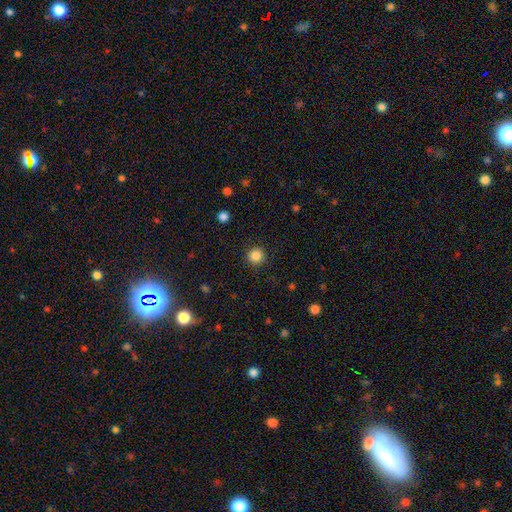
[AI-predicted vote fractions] Smooth or featured?
  - smooth: 86% *
  - star or artifact: 11%
  - featured or disk: 3%
How rounded?
  - round: 94% *
  - in between: 5%
  - cigar-shaped: 1%
Merging?
  - none: 91% *
  - minor disturbance: 6%
  - major disturbance: 2%
  - merger: 1%